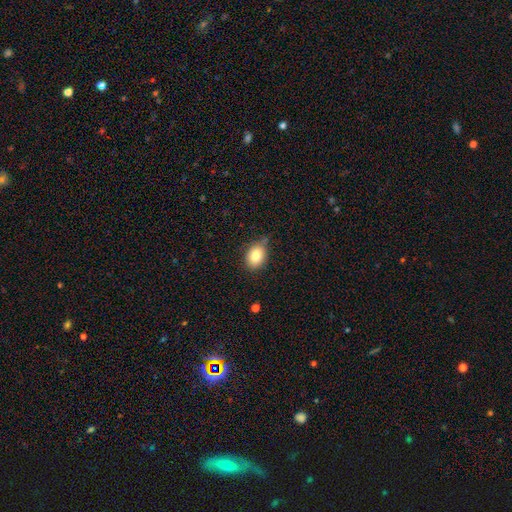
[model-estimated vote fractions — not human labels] smooth-or-featured: smooth: 82% | star or artifact: 9% | featured or disk: 9%
  how-rounded: in between: 63% | round: 36% | cigar-shaped: 1%
  merging: none: 71% | minor disturbance: 23% | major disturbance: 4% | merger: 2%